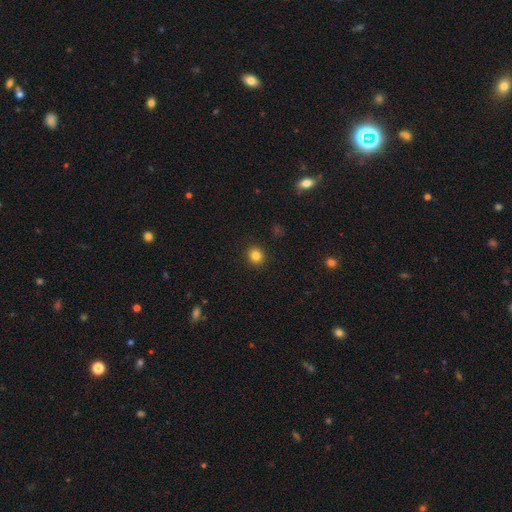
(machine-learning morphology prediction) The model was most divided on "how rounded": round: 84%, in between: 15%, cigar-shaped: 1%. More confident: merging — none (91%); smooth or featured — smooth (83%).